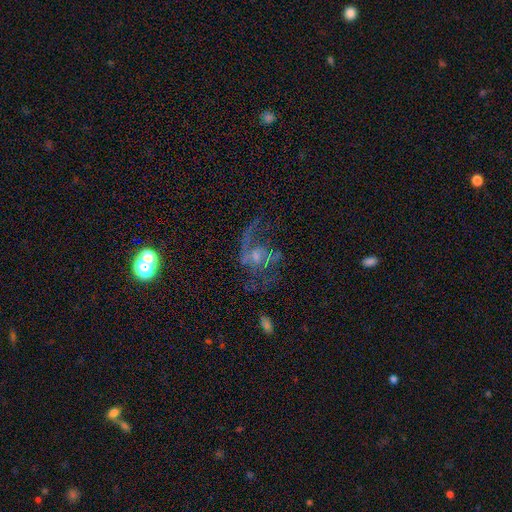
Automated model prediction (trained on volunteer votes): Overall: featured or disk (72%). Edge-on disk: no (97%). Bar: no (64%; weak 29%). Spiral arms: yes (83%). Spiral arm count: 2 (51%; 1 27%). Spiral winding: loose (58%; medium 32%). Bulge size: small (58%; moderate 28%). Merging: none (46%; major disturbance 33%).